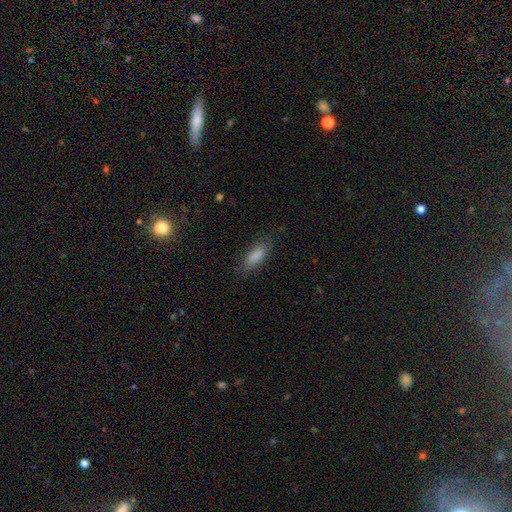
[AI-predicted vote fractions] smooth_or_featured: smooth (p=0.86) [alt: star or artifact p=0.07]
how_rounded: in between (p=0.74) [alt: cigar-shaped p=0.24]
merging: none (p=0.78) [alt: minor disturbance p=0.16]